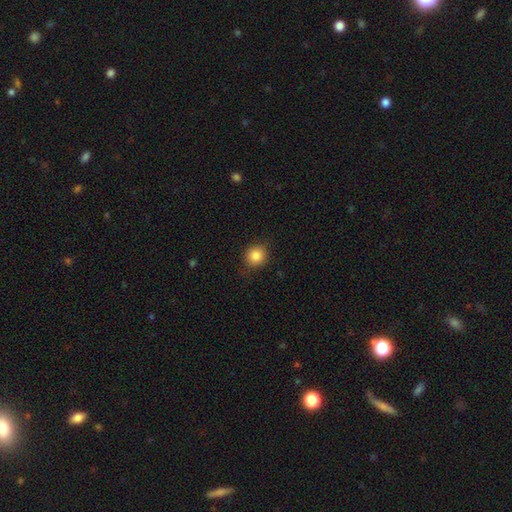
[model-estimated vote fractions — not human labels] The model was most divided on "how rounded": round: 84%, in between: 15%, cigar-shaped: 1%. More confident: merging — none (85%); smooth or featured — smooth (85%).